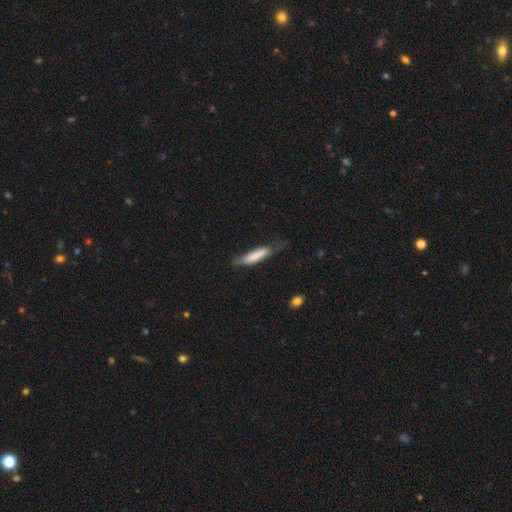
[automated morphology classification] This is likely a smooth galaxy (74%). How rounded: clearly cigar-shaped (80%). Merging: possibly none (51%).